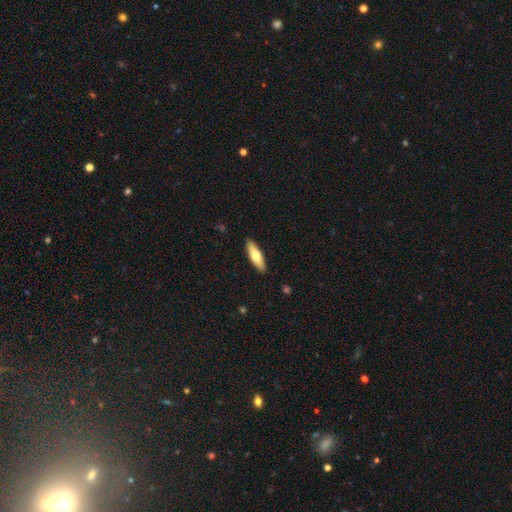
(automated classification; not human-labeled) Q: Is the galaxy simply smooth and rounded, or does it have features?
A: smooth — 64%.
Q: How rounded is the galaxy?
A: cigar-shaped — 57%.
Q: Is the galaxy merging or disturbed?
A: none — 90%.